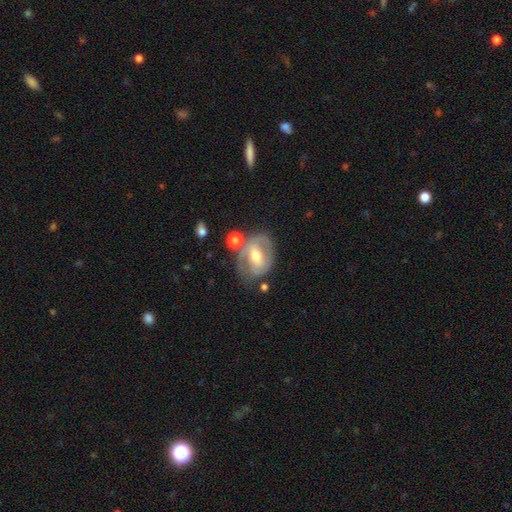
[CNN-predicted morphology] Q: Smooth or featured?
A: featured or disk (75%); runner-up: smooth (19%)
Q: Edge-on disk?
A: no (95%); runner-up: yes (5%)
Q: Bar?
A: weak (40%); runner-up: strong (37%)
Q: Spiral arms?
A: yes (75%); runner-up: no (25%)
Q: Spiral winding?
A: tight (44%); runner-up: medium (42%)
Q: Spiral arm count?
A: 2 (69%); runner-up: can't tell (17%)
Q: Bulge size?
A: moderate (68%); runner-up: small (25%)
Q: Merging?
A: none (60%); runner-up: minor disturbance (21%)